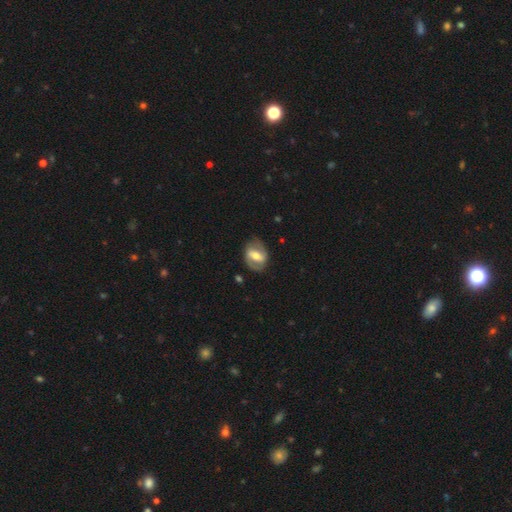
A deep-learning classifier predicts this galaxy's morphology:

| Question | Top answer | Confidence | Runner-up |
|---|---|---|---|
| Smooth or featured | featured or disk | 68% | smooth (26%) |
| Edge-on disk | no | 95% | yes (5%) |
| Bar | strong | 47% | weak (36%) |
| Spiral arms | yes | 75% | no (25%) |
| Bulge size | moderate | 65% | small (21%) |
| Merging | none | 78% | minor disturbance (15%) |